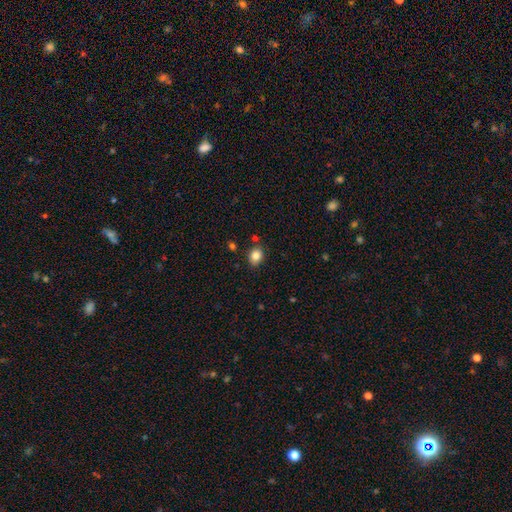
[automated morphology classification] Smooth or featured? Predicted: smooth (p=0.85). How rounded? Predicted: in between (p=0.55). Merging? Predicted: none (p=0.82).